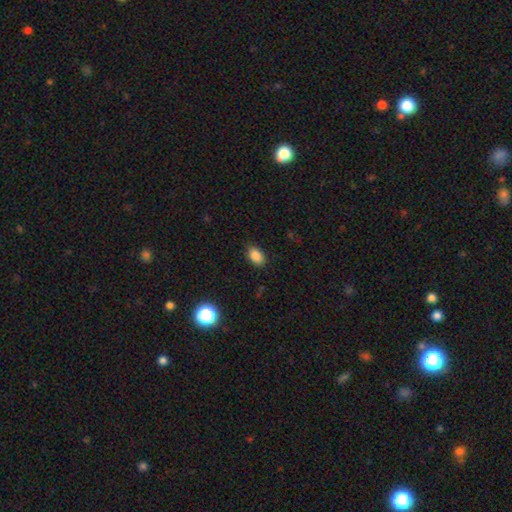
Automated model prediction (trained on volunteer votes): smooth 86%, star or artifact 10%, featured or disk 4%. Down the decision tree: how rounded — in between (86%); merging — none (84%).